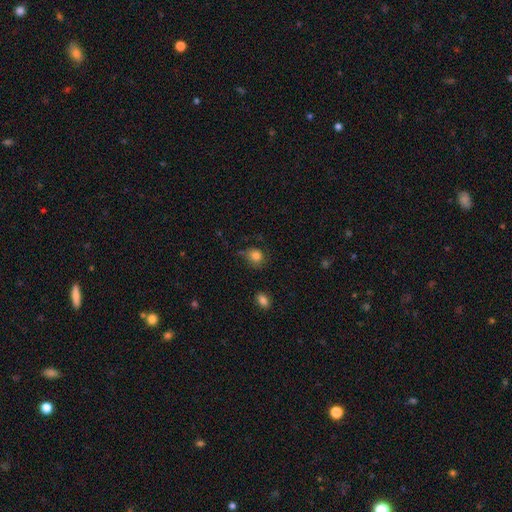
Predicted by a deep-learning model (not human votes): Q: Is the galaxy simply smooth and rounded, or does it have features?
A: smooth — 82%.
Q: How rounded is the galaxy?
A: round — 71%.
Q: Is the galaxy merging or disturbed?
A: none — 59%.